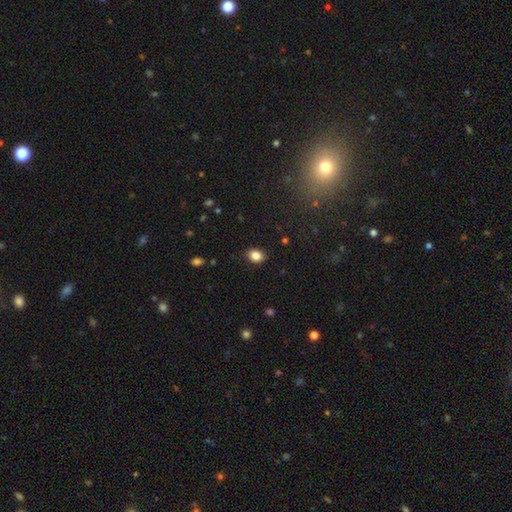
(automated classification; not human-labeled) A smooth galaxy with no disk features (86%) that is in between round and cigar-shaped (61%). Merging: none (87%).